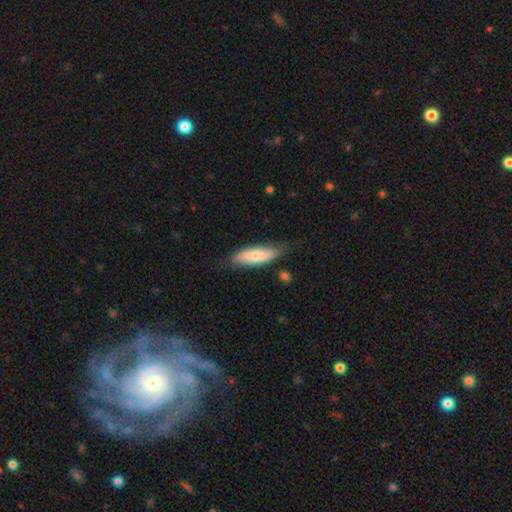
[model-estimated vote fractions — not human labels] Morphology: type=smooth (72%); roundness=cigar-shaped (51%); merging=none (66%).